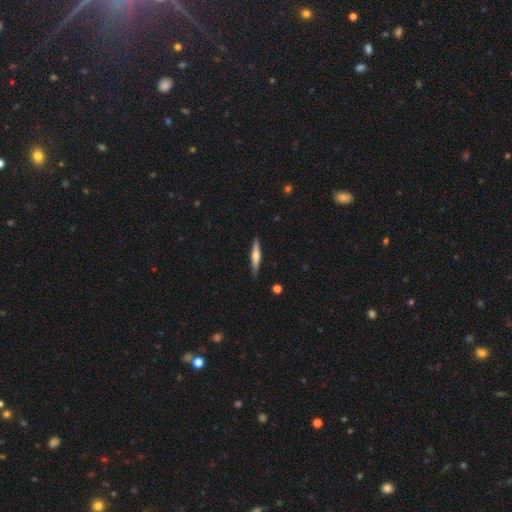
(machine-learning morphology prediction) A featured or disk galaxy (61%) viewed edge-on (97%) with a rounded central bulge (84%).

Vote fractions:
- Smooth or featured? featured or disk: 61% / smooth: 34% / star or artifact: 6%
- Edge-on disk? yes: 97% / no: 3%
- Edge-on bulge? rounded: 84% / boxy: 9% / none: 7%
- Merging? none: 89% / minor disturbance: 8% / major disturbance: 2% / merger: 1%